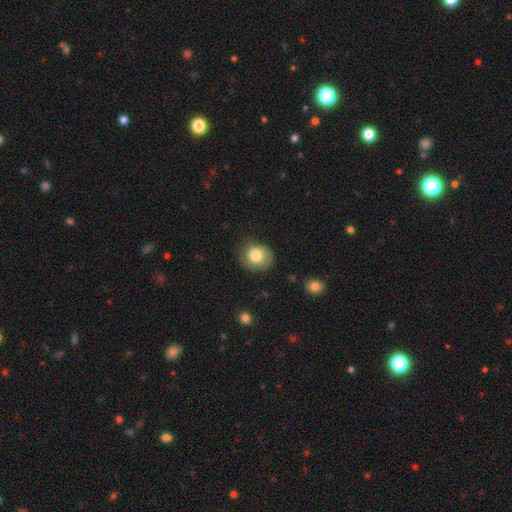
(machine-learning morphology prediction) Smooth or featured? smooth (76%)
How rounded? round (80%)
Merging? none (70%)